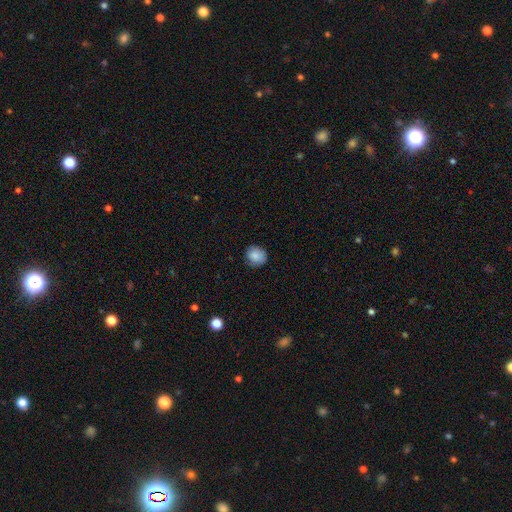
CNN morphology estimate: A smooth galaxy with no disk features (86%) that is round (78%).

Vote fractions:
- Smooth or featured? smooth: 86% / star or artifact: 8% / featured or disk: 5%
- How rounded? round: 78% / in between: 21% / cigar-shaped: 1%
- Merging? none: 83% / minor disturbance: 13% / major disturbance: 3% / merger: 1%